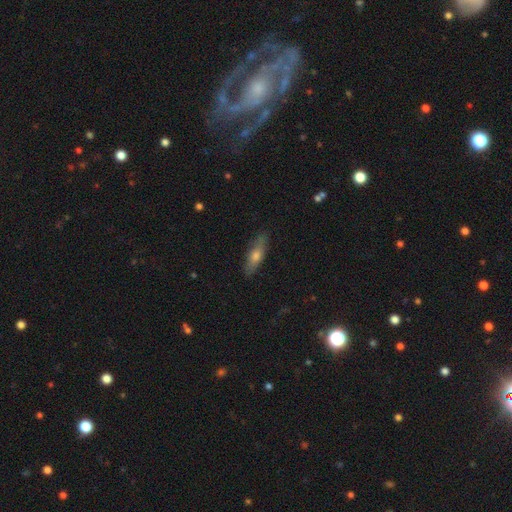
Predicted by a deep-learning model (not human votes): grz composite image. It shows a smooth galaxy with no disk features (53%) that is cigar-shaped (65%). Merging: none (87%).